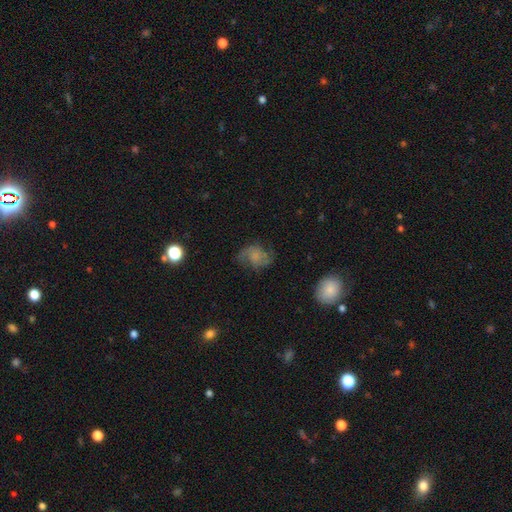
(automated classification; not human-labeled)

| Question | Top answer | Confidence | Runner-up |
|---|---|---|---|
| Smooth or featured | featured or disk | 58% | smooth (31%) |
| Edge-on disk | no | 97% | yes (3%) |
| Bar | no | 70% | weak (26%) |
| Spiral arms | yes | 90% | no (10%) |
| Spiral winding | medium | 45% | loose (39%) |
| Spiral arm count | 2 | 85% | can't tell (7%) |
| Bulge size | none | 50% | small (22%) |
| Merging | none | 63% | minor disturbance (22%) |